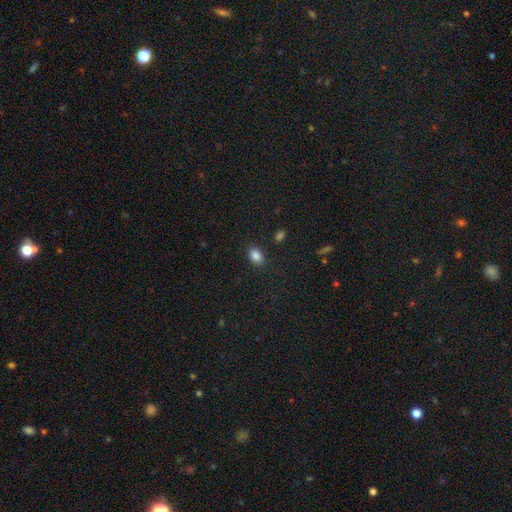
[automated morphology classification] This is clearly a smooth galaxy (85%). How rounded: likely in between (80%). Merging: clearly none (86%).